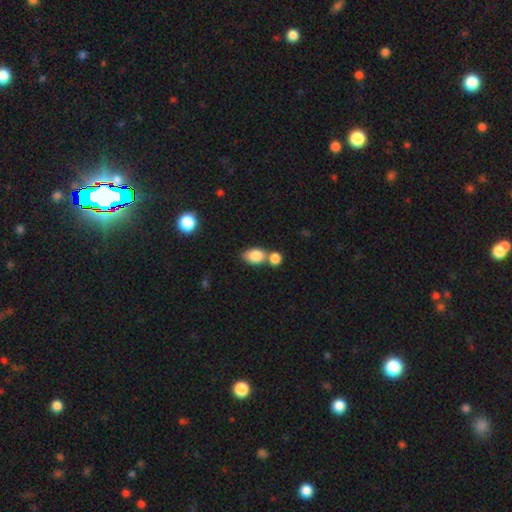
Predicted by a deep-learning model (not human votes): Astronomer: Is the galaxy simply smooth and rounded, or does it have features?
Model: smooth — 85%.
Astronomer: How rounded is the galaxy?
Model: in between — 79%.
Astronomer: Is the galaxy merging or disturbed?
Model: merger — 44% (runner-up: none, 42%).